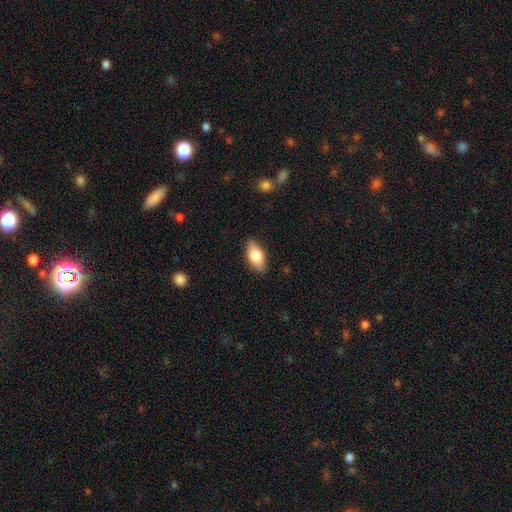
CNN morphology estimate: This is likely a smooth galaxy (76%). How rounded: clearly in between (88%). Merging: clearly none (87%).